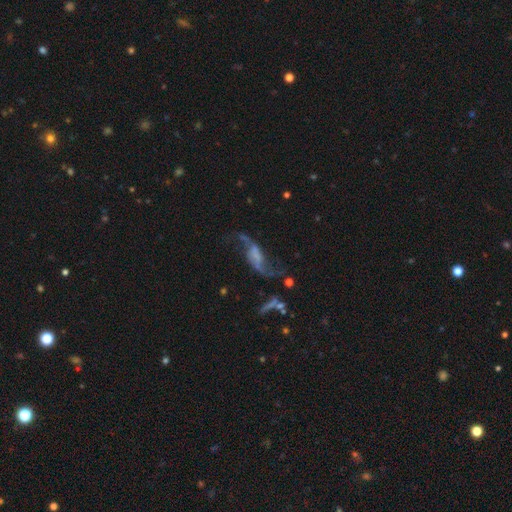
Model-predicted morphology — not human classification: type=featured or disk (80%); edge-on=no (93%); bar=no (40%); spiral arms=yes (91%); winding=loose (91%); arm count=2 (91%); bulge=none (62%); merging=none (56%).